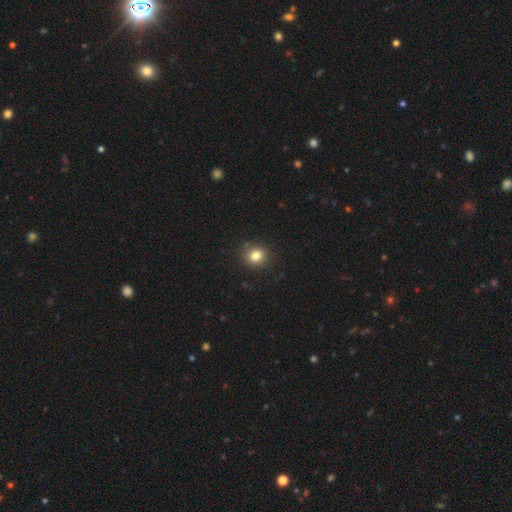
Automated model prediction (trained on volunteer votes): smooth 81%, star or artifact 12%, featured or disk 7%. Down the decision tree: how rounded — round (82%); merging — none (88%).